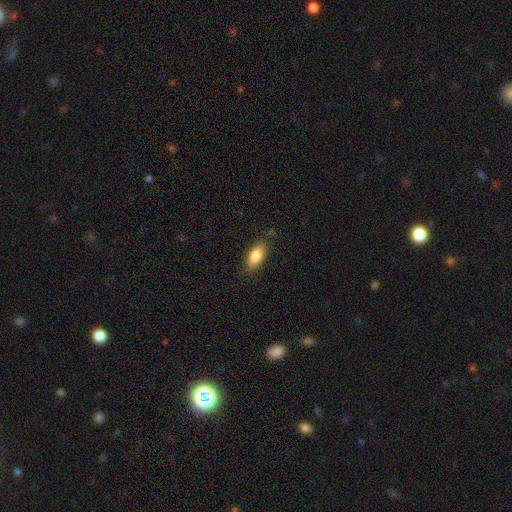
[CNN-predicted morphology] A smooth galaxy with no disk features (83%) that is in between round and cigar-shaped (84%). Merging: none (83%).